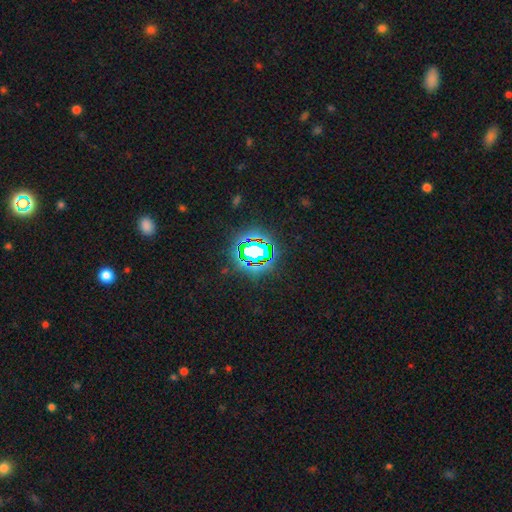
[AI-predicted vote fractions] Morphology: type=star or artifact (77%).